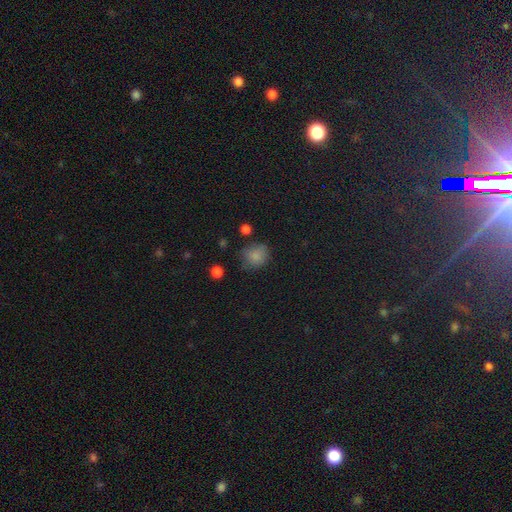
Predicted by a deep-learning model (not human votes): Smooth or featured?
  - smooth: 82% *
  - star or artifact: 12%
  - featured or disk: 7%
How rounded?
  - round: 76% *
  - in between: 23%
  - cigar-shaped: 1%
Merging?
  - none: 65% *
  - minor disturbance: 24%
  - major disturbance: 8%
  - merger: 4%